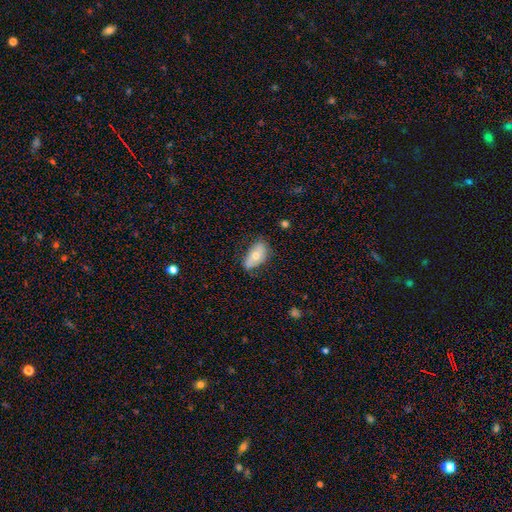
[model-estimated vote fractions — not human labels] smooth-or-featured: smooth: 61% | featured or disk: 32% | star or artifact: 7%
  how-rounded: in between: 92% | round: 5% | cigar-shaped: 4%
  merging: none: 68% | minor disturbance: 25% | major disturbance: 6% | merger: 1%